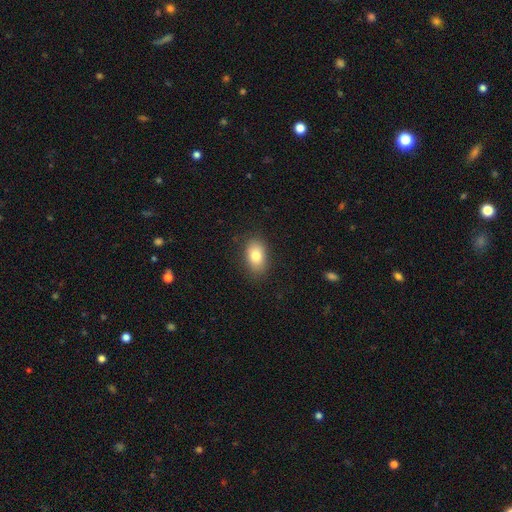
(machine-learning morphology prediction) smooth_or_featured: smooth (p=0.81) [alt: featured or disk p=0.11]
how_rounded: in between (p=0.86) [alt: round p=0.13]
merging: none (p=0.85) [alt: minor disturbance p=0.11]